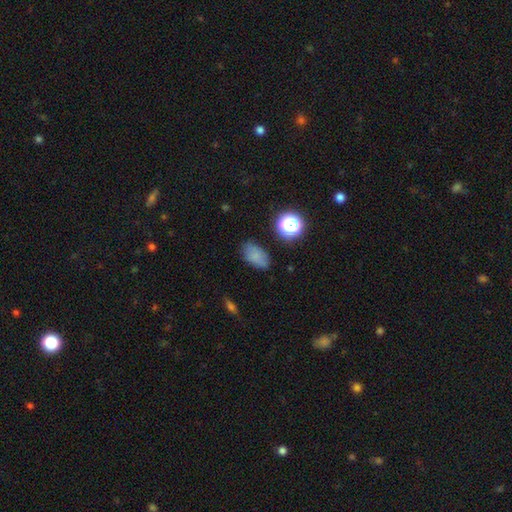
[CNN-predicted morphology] A smooth galaxy with no disk features (76%) that is in between round and cigar-shaped (87%).

Vote fractions:
- Smooth or featured? smooth: 76% / star or artifact: 15% / featured or disk: 9%
- How rounded? in between: 87% / round: 11% / cigar-shaped: 2%
- Merging? none: 75% / minor disturbance: 17% / major disturbance: 5% / merger: 2%